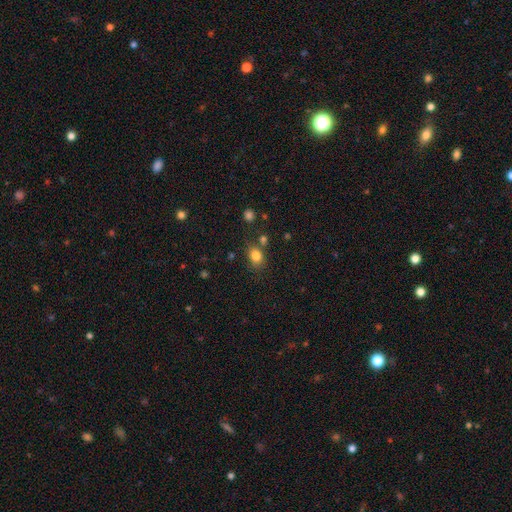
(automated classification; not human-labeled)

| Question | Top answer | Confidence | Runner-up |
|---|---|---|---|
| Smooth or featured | smooth | 82% | star or artifact (12%) |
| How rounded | in between | 58% | round (40%) |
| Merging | none | 70% | minor disturbance (15%) |